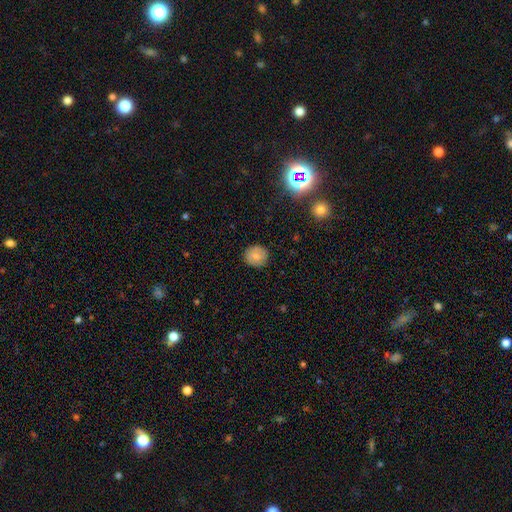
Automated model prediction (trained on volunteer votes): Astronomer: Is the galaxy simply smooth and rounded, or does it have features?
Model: smooth — 75%.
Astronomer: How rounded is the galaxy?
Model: round — 83%.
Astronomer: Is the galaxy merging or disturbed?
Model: none — 88%.